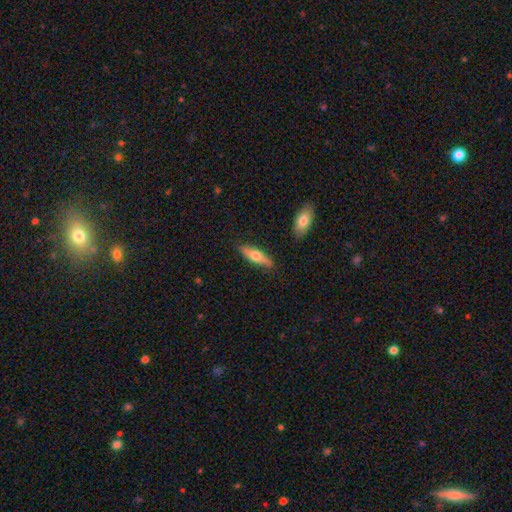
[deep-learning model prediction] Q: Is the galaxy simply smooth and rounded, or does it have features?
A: smooth — 59%.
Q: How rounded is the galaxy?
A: cigar-shaped — 54%.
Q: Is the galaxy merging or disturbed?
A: none — 84%.